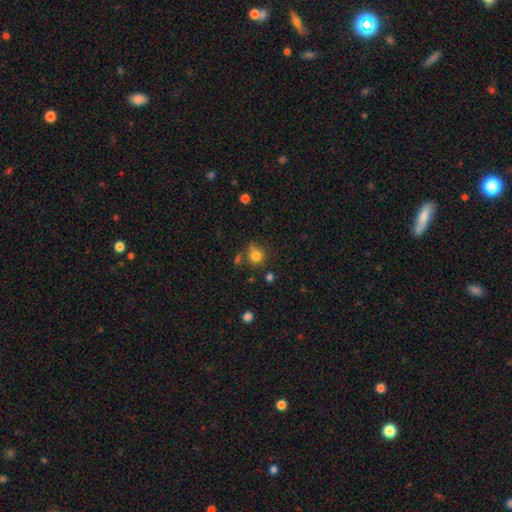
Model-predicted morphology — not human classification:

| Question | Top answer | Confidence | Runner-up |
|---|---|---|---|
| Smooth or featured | smooth | 79% | star or artifact (13%) |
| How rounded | round | 87% | in between (12%) |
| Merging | none | 67% | minor disturbance (16%) |